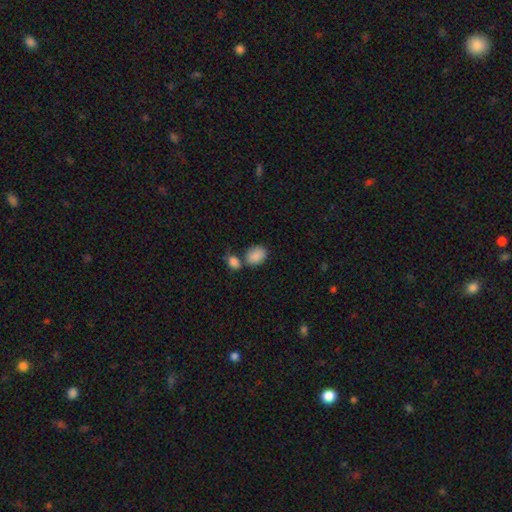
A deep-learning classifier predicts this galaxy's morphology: Q: Smooth or featured?
A: smooth (87%); runner-up: star or artifact (8%)
Q: How rounded?
A: in between (73%); runner-up: round (26%)
Q: Merging?
A: none (50%); runner-up: merger (32%)